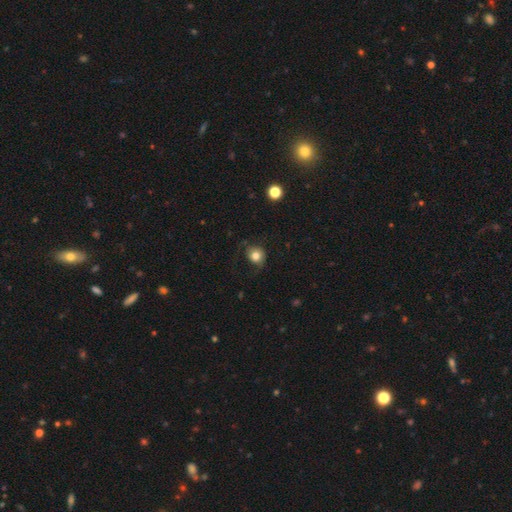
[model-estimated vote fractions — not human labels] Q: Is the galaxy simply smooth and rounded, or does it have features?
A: smooth — 79%.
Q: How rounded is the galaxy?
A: round — 77%.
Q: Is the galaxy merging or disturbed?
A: none — 68%.